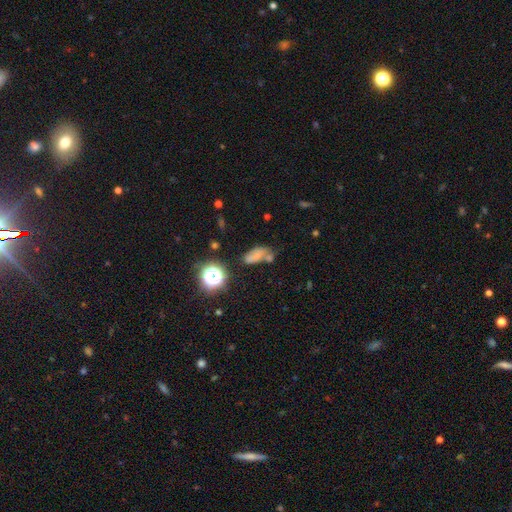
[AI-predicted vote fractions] smooth 60%, star or artifact 21%, featured or disk 19%. Down the decision tree: how rounded — in between (79%); merging — none (43%).